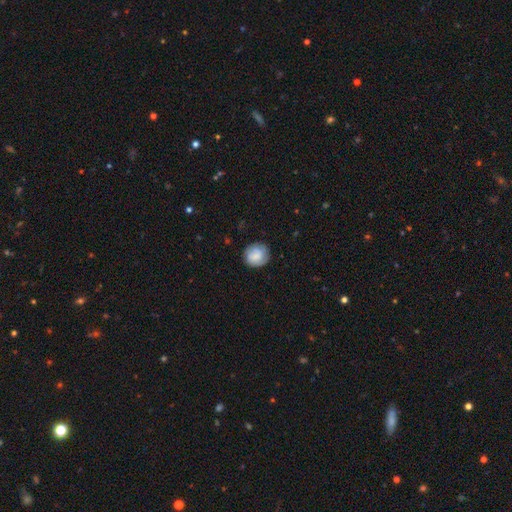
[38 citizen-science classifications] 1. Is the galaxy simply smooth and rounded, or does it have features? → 61% smooth, 32% featured or disk, 8% star or artifact.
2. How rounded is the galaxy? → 87% round, 13% in between, 0% cigar-shaped.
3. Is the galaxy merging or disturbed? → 86% none, 11% minor disturbance, 3% major disturbance, 0% merger.